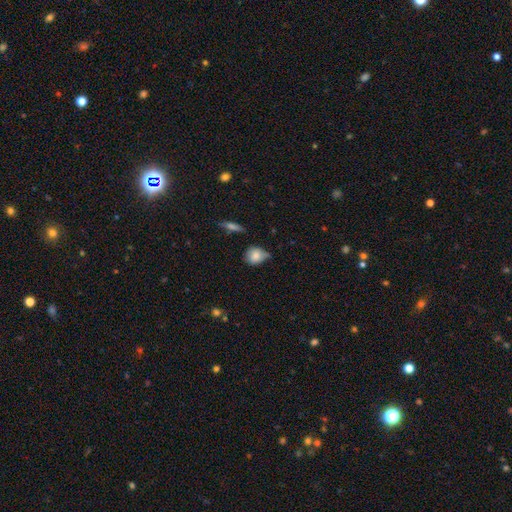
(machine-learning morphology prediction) Smooth or featured? smooth (81%)
How rounded? round (63%)
Merging? none (44%)